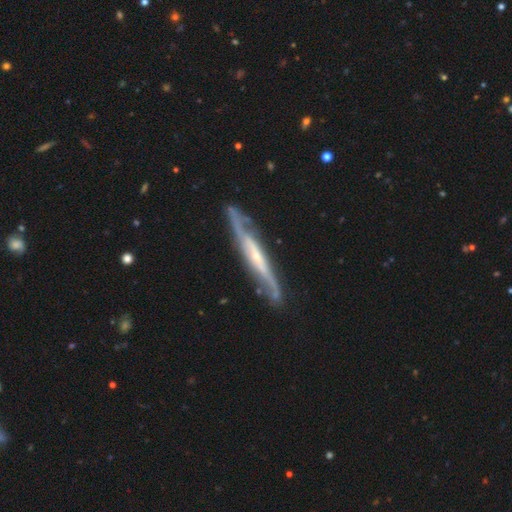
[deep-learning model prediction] A featured or disk galaxy (83%) viewed edge-on (60%).

Vote fractions:
- Smooth or featured? featured or disk: 83% / smooth: 12% / star or artifact: 5%
- Edge-on disk? yes: 60% / no: 40%
- Merging? none: 74% / minor disturbance: 18% / major disturbance: 5% / merger: 2%